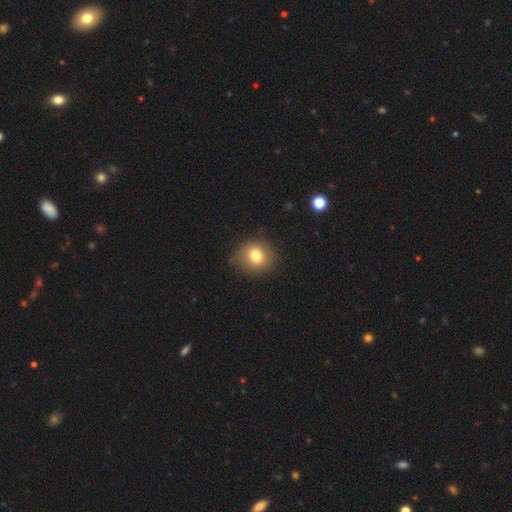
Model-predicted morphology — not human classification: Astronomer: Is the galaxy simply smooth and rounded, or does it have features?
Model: smooth — 78%.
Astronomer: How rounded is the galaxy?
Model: round — 74%.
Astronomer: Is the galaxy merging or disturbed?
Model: none — 76%.